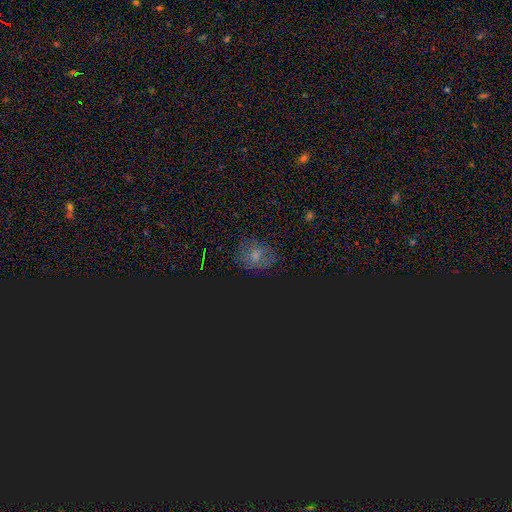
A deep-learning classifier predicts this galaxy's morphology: This is marginally a smooth galaxy (45%). Merging: likely none (75%).